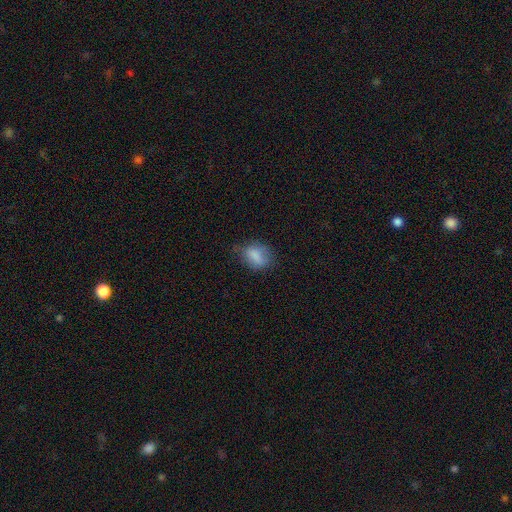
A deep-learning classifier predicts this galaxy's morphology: A smooth galaxy with no disk features (79%) that is in between round and cigar-shaped (72%).

Vote fractions:
- Smooth or featured? smooth: 79% / featured or disk: 12% / star or artifact: 9%
- How rounded? in between: 72% / round: 26% / cigar-shaped: 2%
- Merging? none: 57% / minor disturbance: 30% / major disturbance: 11% / merger: 2%